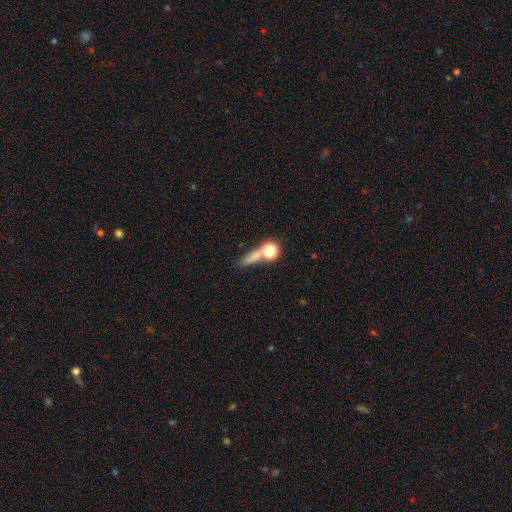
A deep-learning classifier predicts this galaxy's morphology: Smooth or featured? Predicted: smooth (p=0.62). How rounded? Predicted: round (p=0.36, tied with cigar-shaped). Merging? Predicted: none (p=0.54).